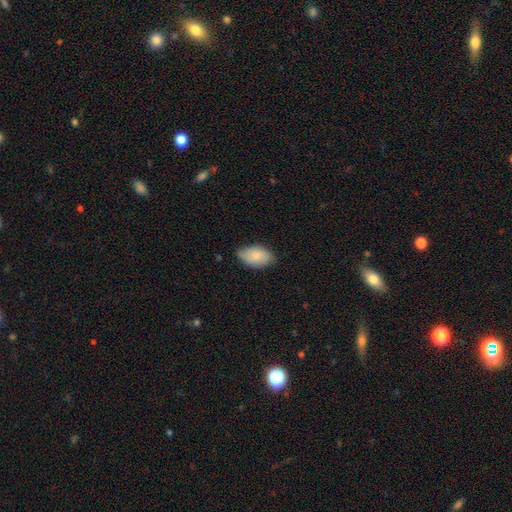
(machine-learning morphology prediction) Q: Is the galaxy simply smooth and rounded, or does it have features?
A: smooth — 79%.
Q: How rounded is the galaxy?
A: in between — 93%.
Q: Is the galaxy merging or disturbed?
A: none — 65%.